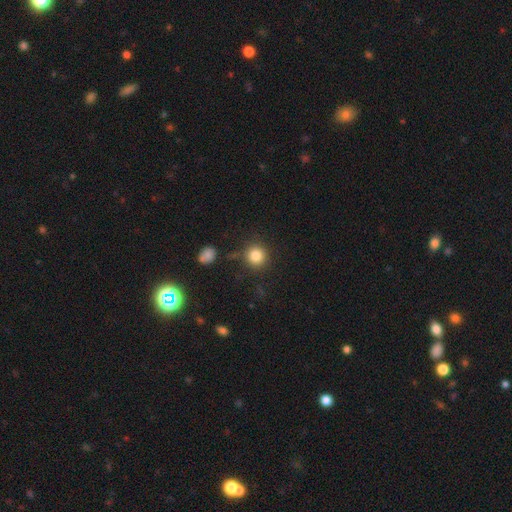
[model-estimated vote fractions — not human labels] Morphology: type=smooth (84%); roundness=round (92%); merging=none (83%).